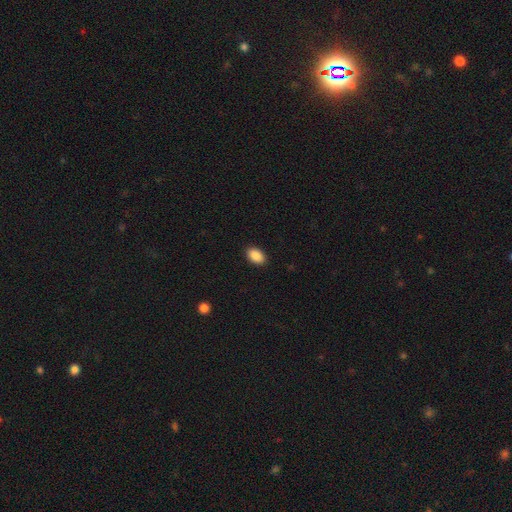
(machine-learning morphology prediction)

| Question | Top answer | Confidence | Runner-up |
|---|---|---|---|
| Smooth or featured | smooth | 90% | star or artifact (7%) |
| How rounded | in between | 90% | round (9%) |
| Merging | none | 90% | minor disturbance (7%) |